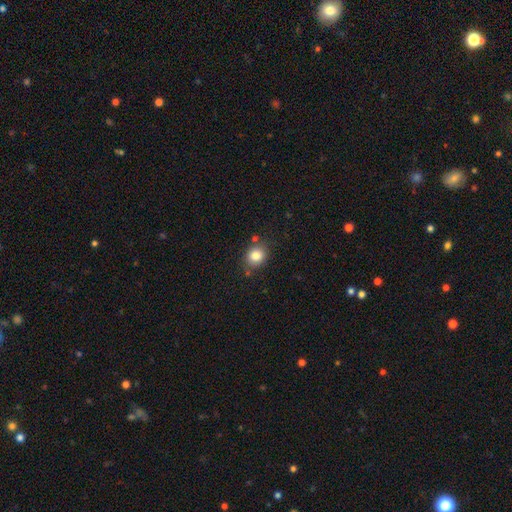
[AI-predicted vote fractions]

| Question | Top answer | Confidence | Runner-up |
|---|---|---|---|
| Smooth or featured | smooth | 83% | star or artifact (10%) |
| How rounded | round | 66% | in between (33%) |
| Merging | none | 76% | minor disturbance (14%) |